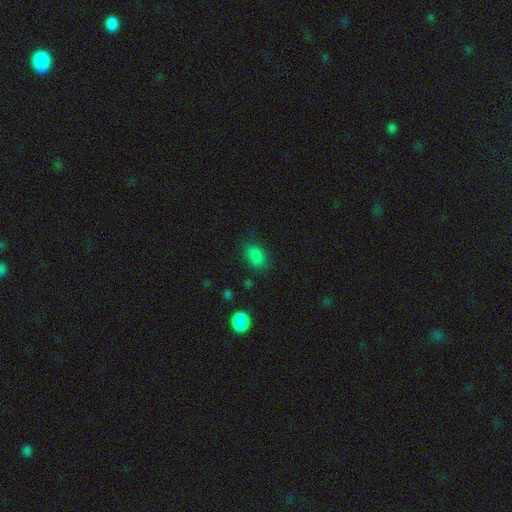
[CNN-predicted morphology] Smooth or featured? smooth (84%)
How rounded? in between (84%)
Merging? none (74%)